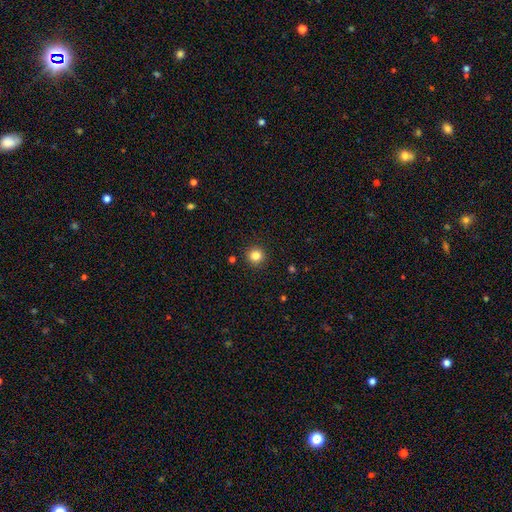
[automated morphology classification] Smooth or featured? Predicted: smooth (p=0.84). How rounded? Predicted: round (p=0.95). Merging? Predicted: none (p=0.92).